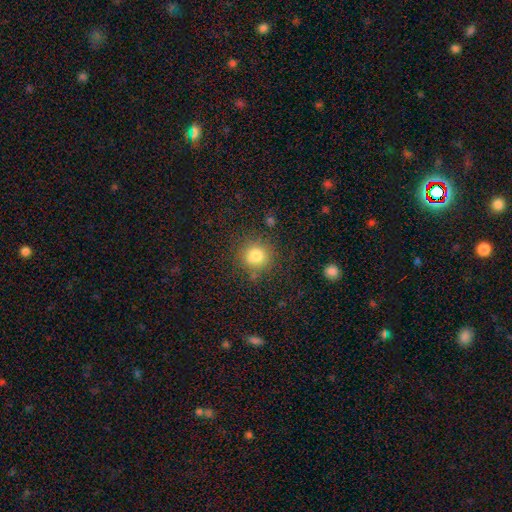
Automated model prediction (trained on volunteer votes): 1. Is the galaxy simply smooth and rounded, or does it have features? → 81% smooth, 12% star or artifact, 7% featured or disk.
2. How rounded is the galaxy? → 88% round, 11% in between, 1% cigar-shaped.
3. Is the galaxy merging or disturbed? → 79% none, 12% minor disturbance, 4% major disturbance, 4% merger.